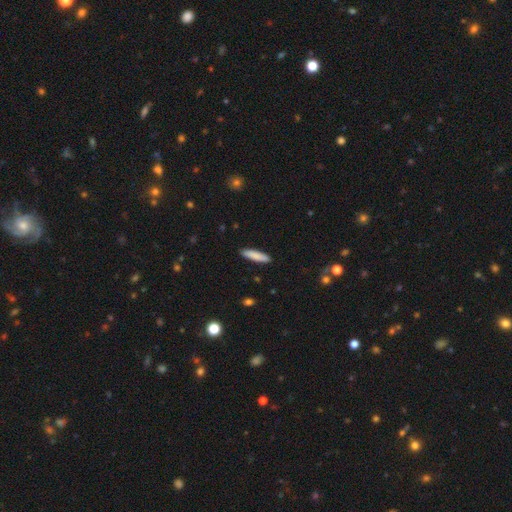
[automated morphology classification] smooth_or_featured: smooth (p=0.85) [alt: featured or disk p=0.09]
how_rounded: cigar-shaped (p=0.82) [alt: in between p=0.17]
merging: none (p=0.90) [alt: minor disturbance p=0.07]